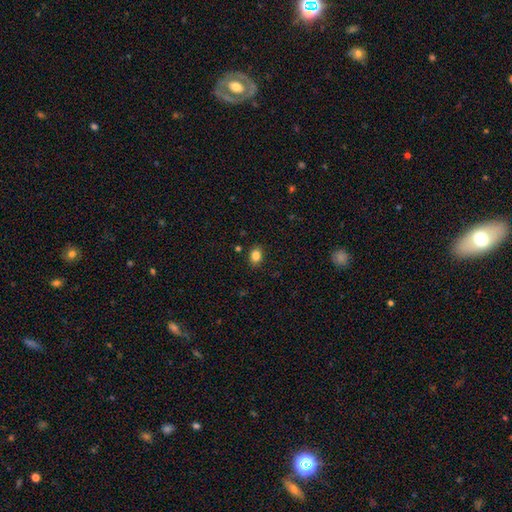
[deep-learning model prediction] The model was most divided on "how rounded": in between: 59%, round: 40%, cigar-shaped: 1%. More confident: merging — none (87%); smooth or featured — smooth (83%).